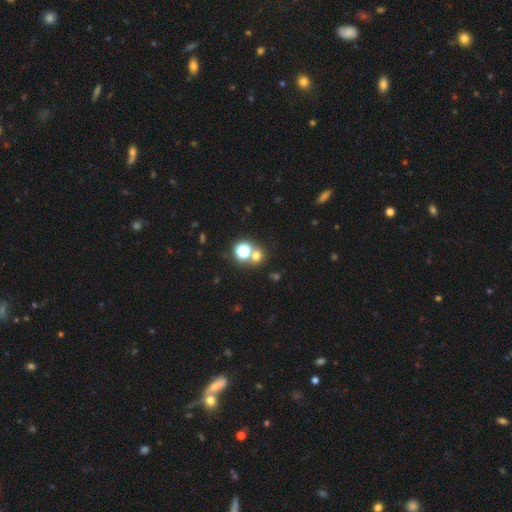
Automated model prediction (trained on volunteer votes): smooth-or-featured: smooth: 62% | star or artifact: 29% | featured or disk: 9%
  how-rounded: round: 82% | in between: 17% | cigar-shaped: 1%
  merging: none: 58% | merger: 31% | minor disturbance: 7% | major disturbance: 4%